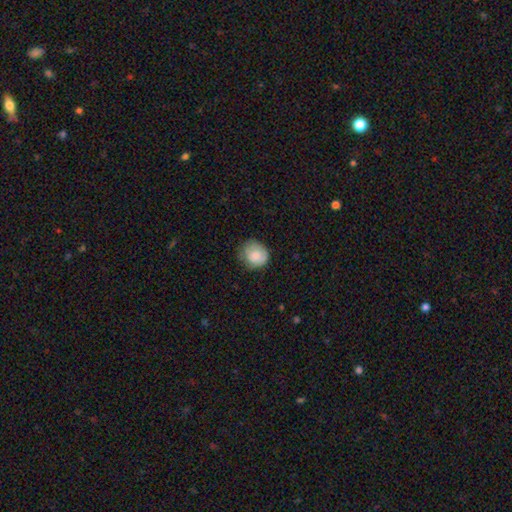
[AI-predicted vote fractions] Smooth or featured? Predicted: smooth (p=0.80). How rounded? Predicted: round (p=0.77). Merging? Predicted: none (p=0.65).